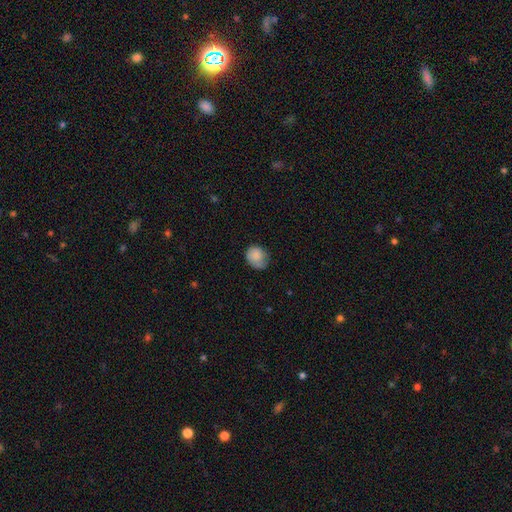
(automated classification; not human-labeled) This appears to be a smooth galaxy with no disk features (81%) that is round (63%). Merging: none (55%).